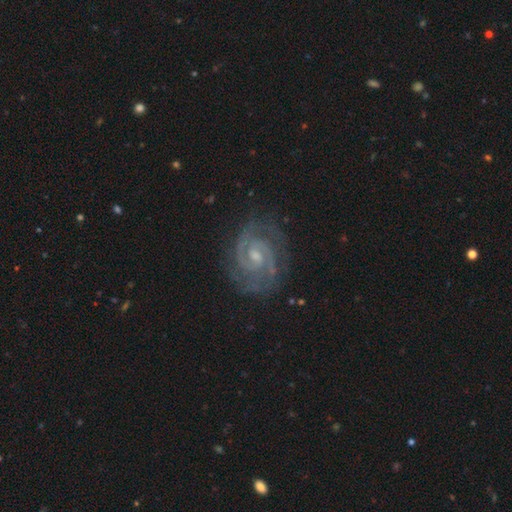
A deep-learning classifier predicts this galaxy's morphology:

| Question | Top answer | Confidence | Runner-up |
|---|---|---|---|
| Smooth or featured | featured or disk | 92% | star or artifact (5%) |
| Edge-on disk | no | 98% | yes (2%) |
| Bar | weak | 51% | no (37%) |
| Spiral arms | yes | 99% | no (1%) |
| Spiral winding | tight | 63% | medium (34%) |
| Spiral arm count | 2 | 81% | 3 (8%) |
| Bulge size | small | 55% | moderate (38%) |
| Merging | none | 80% | minor disturbance (14%) |